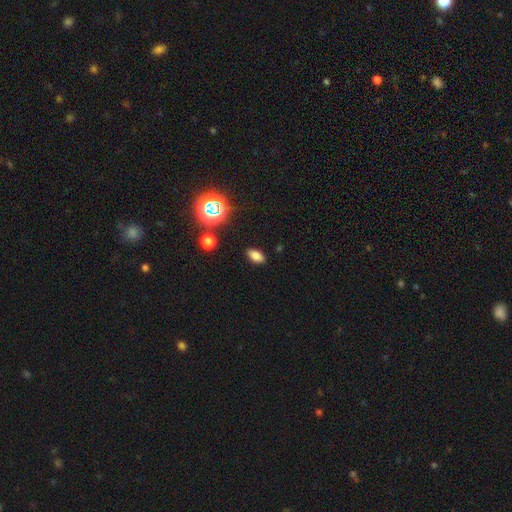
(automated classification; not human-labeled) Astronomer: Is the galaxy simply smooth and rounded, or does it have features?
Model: smooth — 75%.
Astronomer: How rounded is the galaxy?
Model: in between — 89%.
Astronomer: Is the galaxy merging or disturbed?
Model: none — 88%.